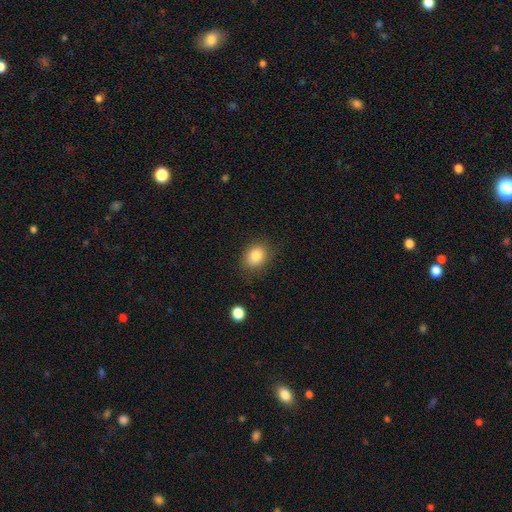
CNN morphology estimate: Smooth or featured? Predicted: smooth (p=0.84). How rounded? Predicted: in between (p=0.53). Merging? Predicted: none (p=0.82).